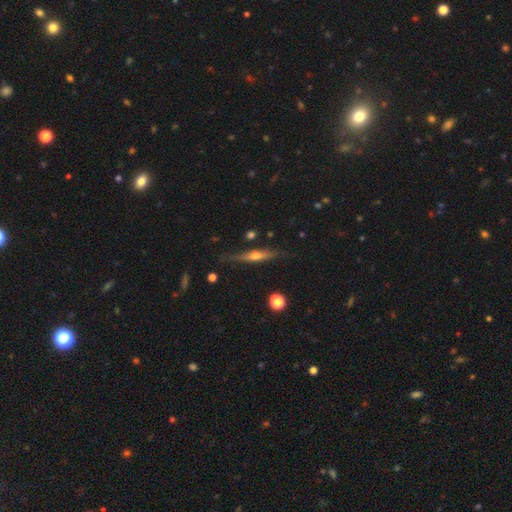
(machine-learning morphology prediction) A featured or disk galaxy (66%) viewed edge-on (95%) with a rounded central bulge (83%). Merging: none (76%).